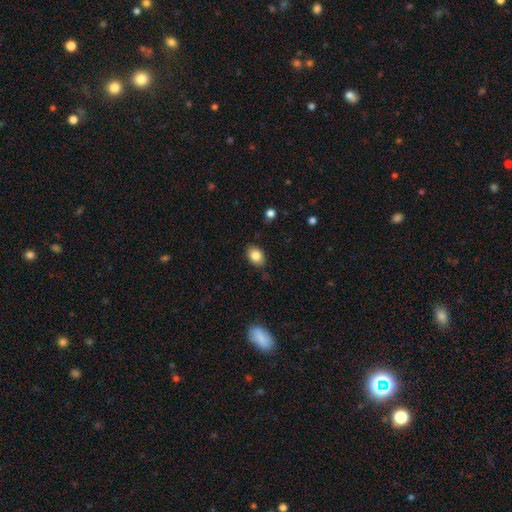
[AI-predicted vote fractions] Q: Smooth or featured?
A: smooth (84%); runner-up: star or artifact (9%)
Q: How rounded?
A: in between (72%); runner-up: round (26%)
Q: Merging?
A: none (81%); runner-up: minor disturbance (15%)